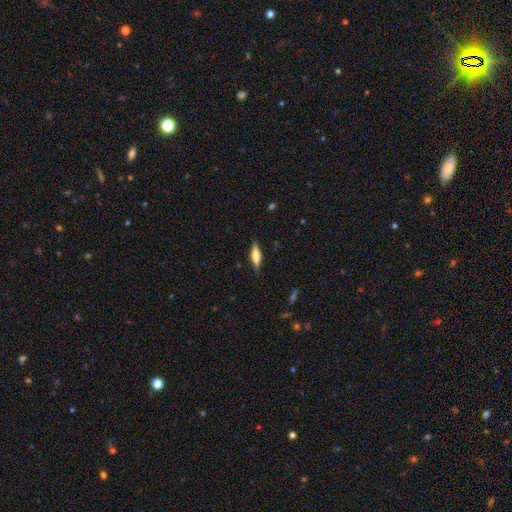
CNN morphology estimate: A smooth galaxy with no disk features (52%) that is cigar-shaped (65%).

Vote fractions:
- Smooth or featured? smooth: 52% / featured or disk: 41% / star or artifact: 6%
- How rounded? cigar-shaped: 65% / in between: 33% / round: 2%
- Merging? none: 85% / minor disturbance: 12% / major disturbance: 2% / merger: 1%